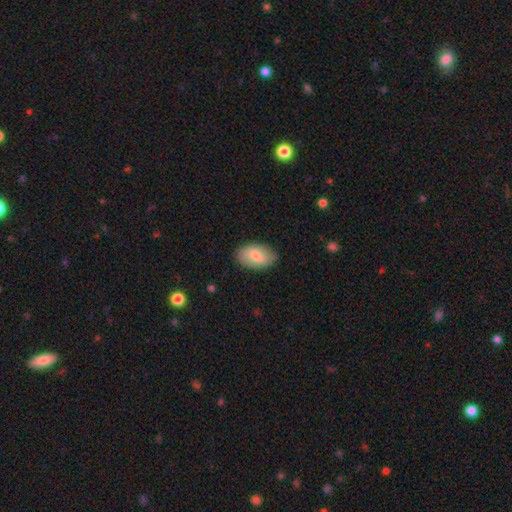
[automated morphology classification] A smooth galaxy with no disk features (71%) that is in between round and cigar-shaped (92%).

Vote fractions:
- Smooth or featured? smooth: 71% / featured or disk: 23% / star or artifact: 6%
- How rounded? in between: 92% / round: 6% / cigar-shaped: 2%
- Merging? none: 85% / minor disturbance: 12% / major disturbance: 3% / merger: 1%